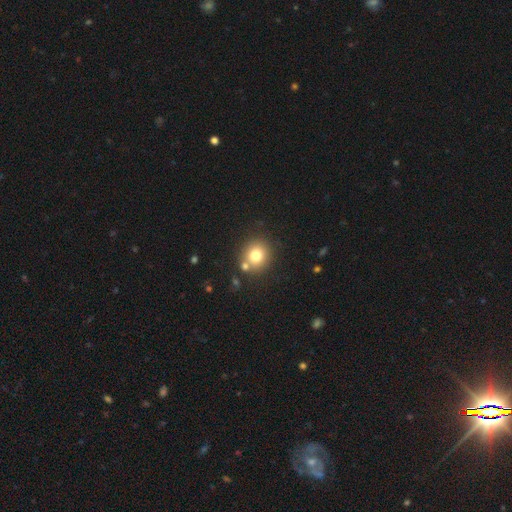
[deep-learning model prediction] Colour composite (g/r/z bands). It shows a smooth galaxy with no disk features (77%) that is round (85%). Merging: none (74%).